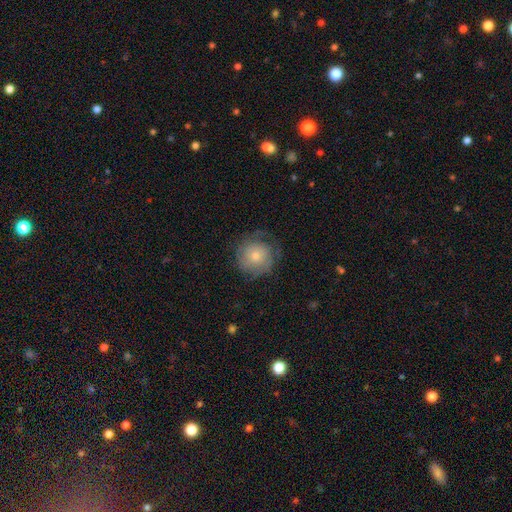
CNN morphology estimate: smooth-or-featured: smooth: 59% | featured or disk: 34% | star or artifact: 8%
  how-rounded: round: 91% | in between: 8% | cigar-shaped: 1%
  merging: none: 63% | minor disturbance: 23% | major disturbance: 13% | merger: 1%